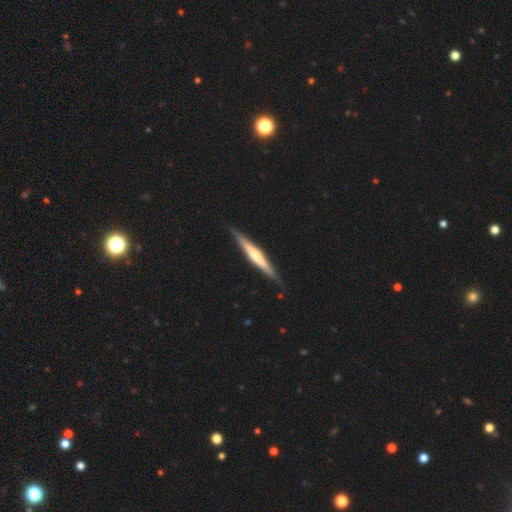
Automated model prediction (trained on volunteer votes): A featured or disk galaxy (64%) viewed edge-on (97%) with a rounded central bulge (65%).

Vote fractions:
- Smooth or featured? featured or disk: 64% / smooth: 31% / star or artifact: 5%
- Edge-on disk? yes: 97% / no: 3%
- Edge-on bulge? rounded: 65% / none: 22% / boxy: 12%
- Merging? none: 87% / minor disturbance: 10% / major disturbance: 2% / merger: 1%